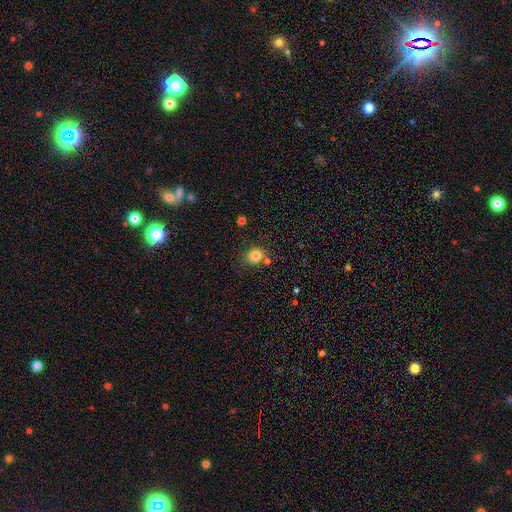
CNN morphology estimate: Smooth or featured: smooth — 83% (star or artifact — 11%)
How rounded: round — 78% (in between — 21%)
Merging: none — 76% (minor disturbance — 12%)